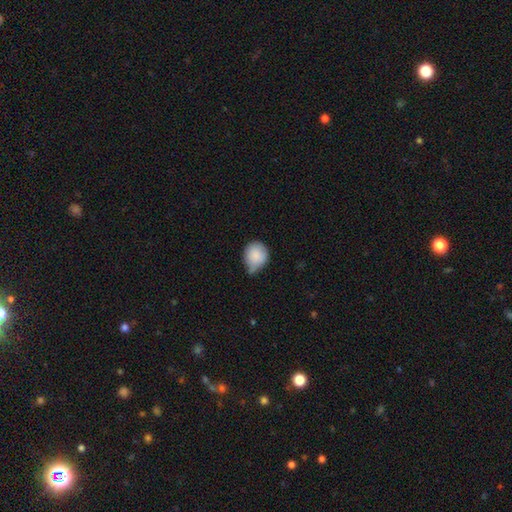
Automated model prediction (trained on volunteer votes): Smooth or featured: smooth — 86% (star or artifact — 8%)
How rounded: round — 77% (in between — 22%)
Merging: minor disturbance — 47% (none — 38%)